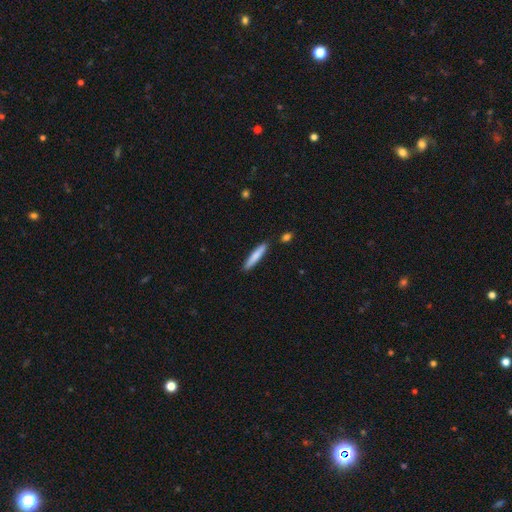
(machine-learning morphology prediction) A smooth galaxy with no disk features (79%) that is cigar-shaped (92%).

Vote fractions:
- Smooth or featured? smooth: 79% / featured or disk: 16% / star or artifact: 5%
- How rounded? cigar-shaped: 92% / in between: 7% / round: 1%
- Merging? none: 89% / minor disturbance: 8% / merger: 2% / major disturbance: 2%